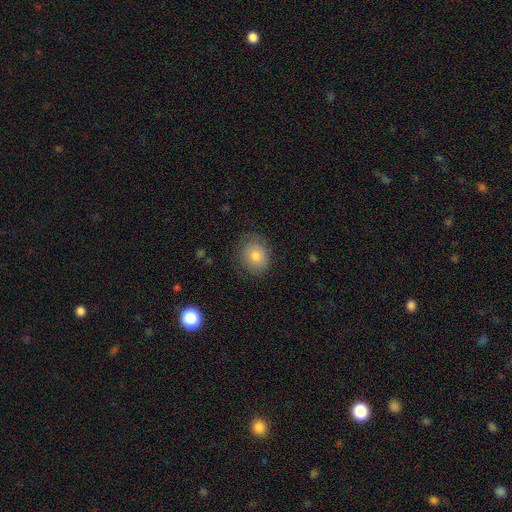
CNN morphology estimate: Q: Smooth or featured?
A: smooth (75%); runner-up: featured or disk (16%)
Q: How rounded?
A: round (64%); runner-up: in between (35%)
Q: Merging?
A: none (76%); runner-up: minor disturbance (18%)